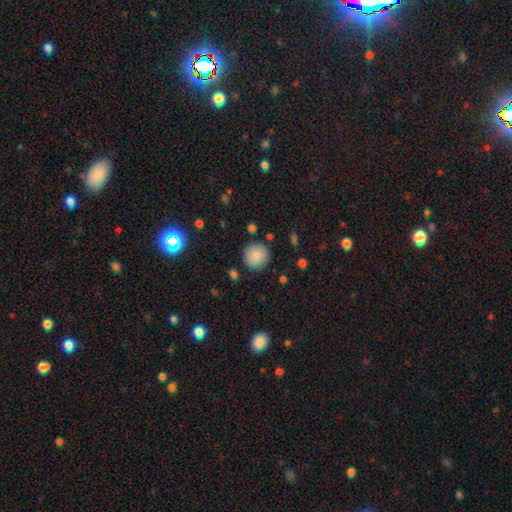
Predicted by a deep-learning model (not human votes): Overall: smooth (85%). How rounded: round (94%). Merging: none (88%).